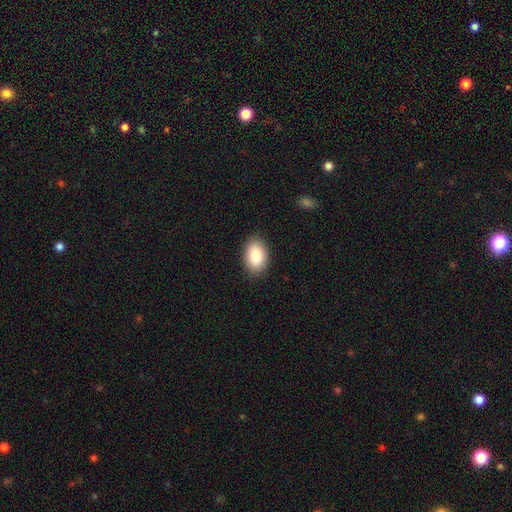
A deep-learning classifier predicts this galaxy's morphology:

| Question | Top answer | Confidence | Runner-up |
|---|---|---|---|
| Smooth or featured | smooth | 86% | featured or disk (7%) |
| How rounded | in between | 89% | round (10%) |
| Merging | none | 89% | minor disturbance (8%) |